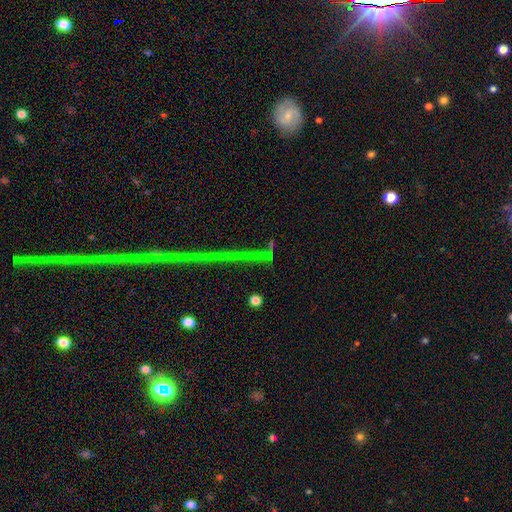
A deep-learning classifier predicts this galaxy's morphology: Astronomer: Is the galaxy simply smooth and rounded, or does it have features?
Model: star or artifact — 70%.